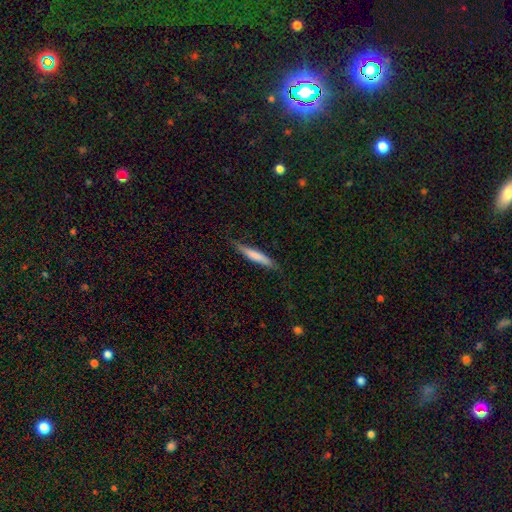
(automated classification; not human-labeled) Smooth or featured?
  - smooth: 71% *
  - featured or disk: 24%
  - star or artifact: 5%
How rounded?
  - cigar-shaped: 92% *
  - in between: 7%
  - round: 1%
Merging?
  - none: 79% *
  - minor disturbance: 17%
  - major disturbance: 3%
  - merger: 1%